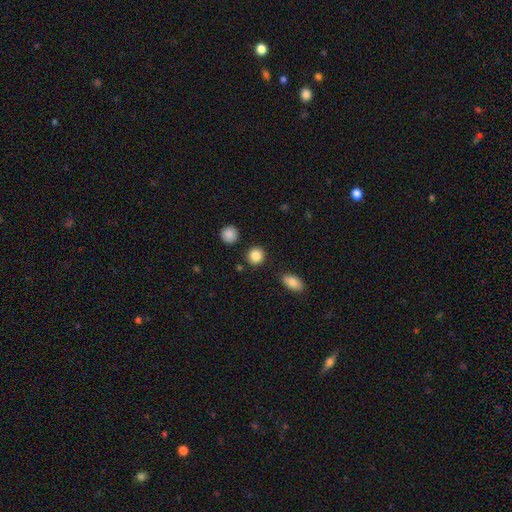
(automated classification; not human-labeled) The model was most divided on "smooth or featured": smooth: 86%, star or artifact: 9%, featured or disk: 5%. More confident: merging — none (88%); how rounded — round (88%).